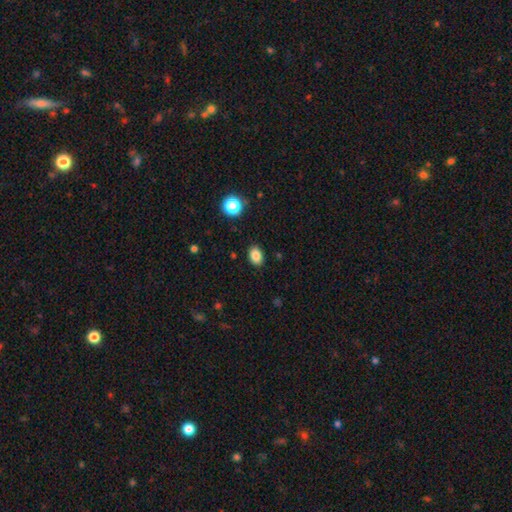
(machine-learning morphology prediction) Smooth or featured?
  - smooth: 85% *
  - star or artifact: 10%
  - featured or disk: 5%
How rounded?
  - in between: 76% *
  - round: 22%
  - cigar-shaped: 1%
Merging?
  - none: 87% *
  - minor disturbance: 9%
  - major disturbance: 2%
  - merger: 1%